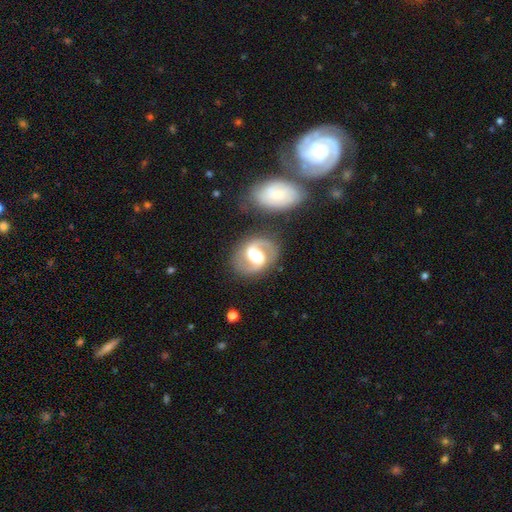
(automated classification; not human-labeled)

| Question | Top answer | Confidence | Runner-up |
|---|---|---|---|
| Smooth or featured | featured or disk | 82% | smooth (13%) |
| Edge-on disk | no | 97% | yes (3%) |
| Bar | weak | 45% | strong (35%) |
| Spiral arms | yes | 93% | no (7%) |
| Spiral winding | medium | 54% | loose (28%) |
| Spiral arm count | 2 | 91% | can't tell (3%) |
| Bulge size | moderate | 62% | large (25%) |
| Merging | none | 76% | minor disturbance (13%) |